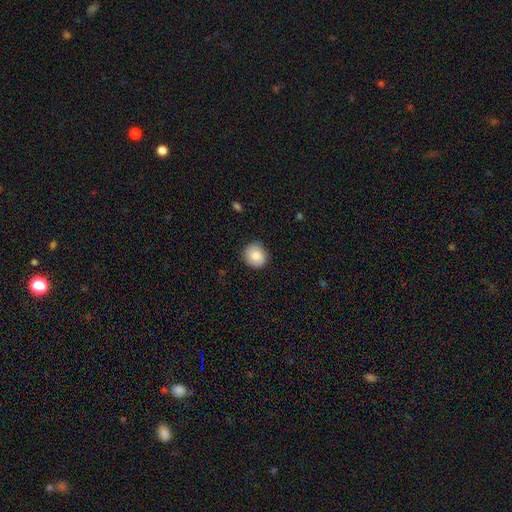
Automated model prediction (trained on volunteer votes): smooth 85%, star or artifact 8%, featured or disk 7%. Down the decision tree: how rounded — round (84%); merging — none (84%).